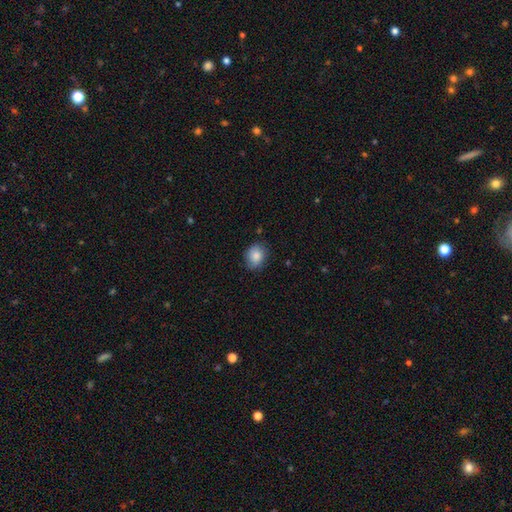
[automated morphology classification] smooth-or-featured: smooth: 85% | star or artifact: 8% | featured or disk: 8%
  how-rounded: in between: 52% | round: 47% | cigar-shaped: 1%
  merging: none: 79% | minor disturbance: 16% | major disturbance: 3% | merger: 1%